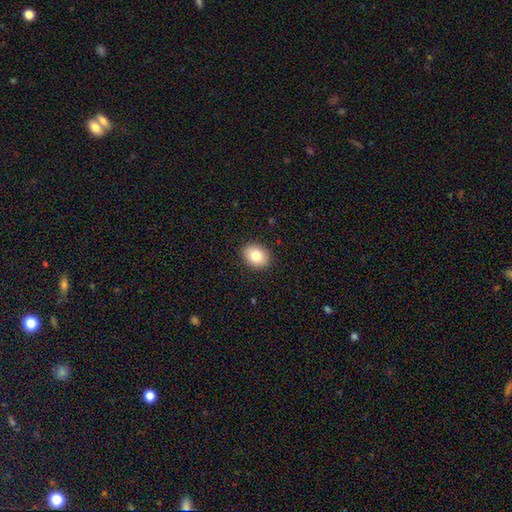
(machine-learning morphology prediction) Overall: smooth (81%). How rounded: in between (58%; round 41%). Merging: none (90%).